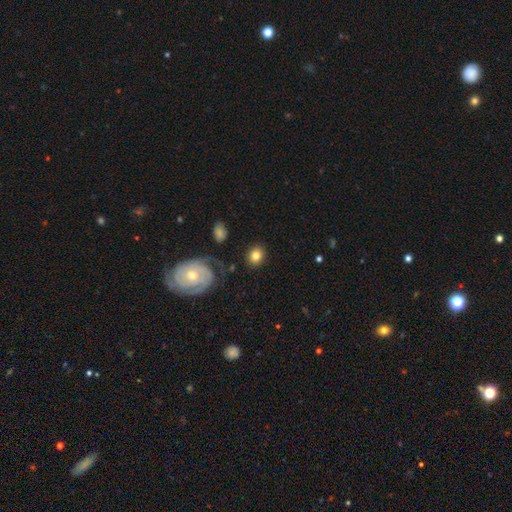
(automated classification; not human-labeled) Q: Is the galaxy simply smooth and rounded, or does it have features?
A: smooth — 80%.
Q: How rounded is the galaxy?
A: round — 70%.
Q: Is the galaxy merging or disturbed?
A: none — 83%.